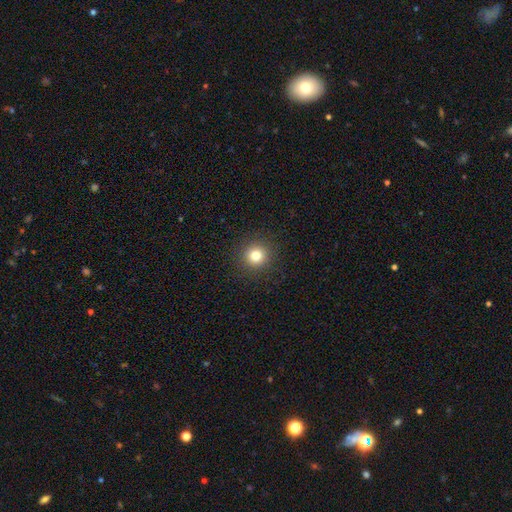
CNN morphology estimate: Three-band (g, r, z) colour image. It shows a smooth galaxy with no disk features (80%) that is round (95%). Merging: none (92%).